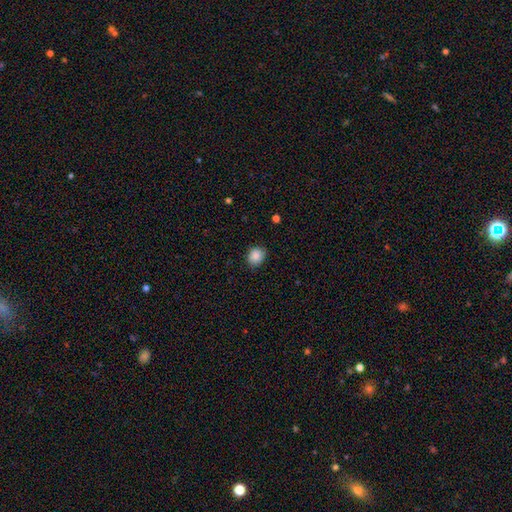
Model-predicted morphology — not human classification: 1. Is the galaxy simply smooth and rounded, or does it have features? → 88% smooth, 8% star or artifact, 4% featured or disk.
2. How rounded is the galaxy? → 60% round, 39% in between, 1% cigar-shaped.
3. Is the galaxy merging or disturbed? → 83% none, 13% minor disturbance, 2% major disturbance, 1% merger.